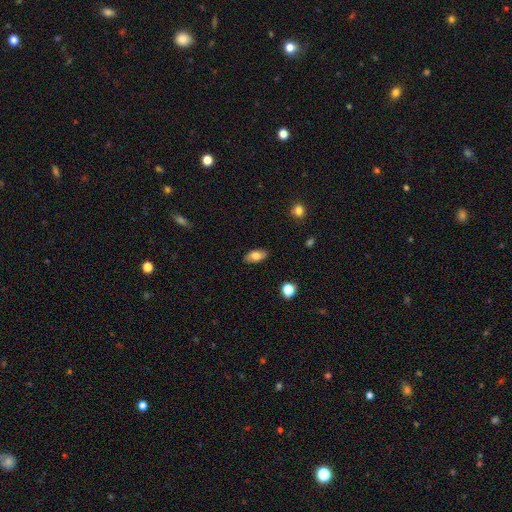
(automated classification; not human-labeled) This is likely a smooth galaxy (75%). How rounded: clearly in between (91%). Merging: clearly none (85%).